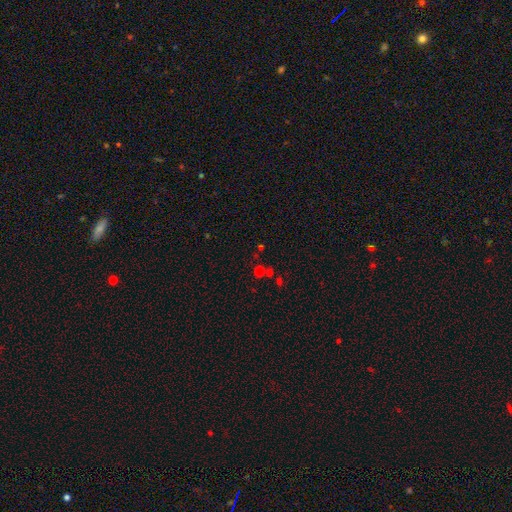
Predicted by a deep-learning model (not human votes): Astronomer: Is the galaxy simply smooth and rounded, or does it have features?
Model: smooth — 55% (runner-up: star or artifact, 38%).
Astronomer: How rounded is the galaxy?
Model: round — 88%.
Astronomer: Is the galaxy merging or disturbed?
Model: none — 68%.